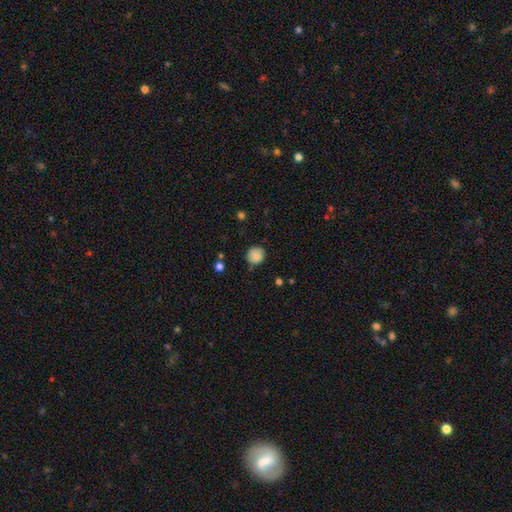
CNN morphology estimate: A smooth galaxy with no disk features (85%) that is round (90%).

Vote fractions:
- Smooth or featured? smooth: 85% / star or artifact: 9% / featured or disk: 6%
- How rounded? round: 90% / in between: 9% / cigar-shaped: 1%
- Merging? none: 76% / minor disturbance: 18% / major disturbance: 4% / merger: 2%